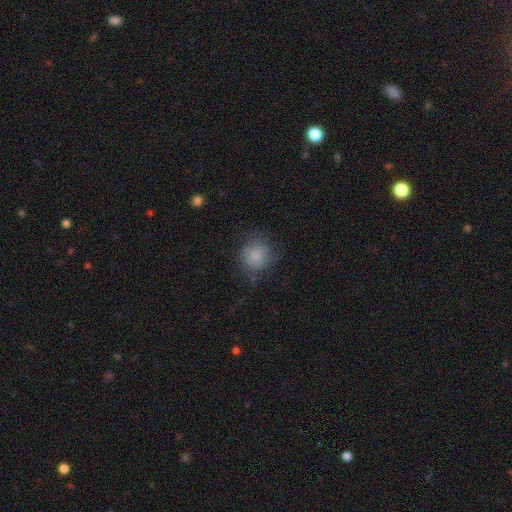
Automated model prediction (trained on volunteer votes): smooth 80%, featured or disk 10%, star or artifact 9%. Down the decision tree: how rounded — round (87%); merging — none (66%).